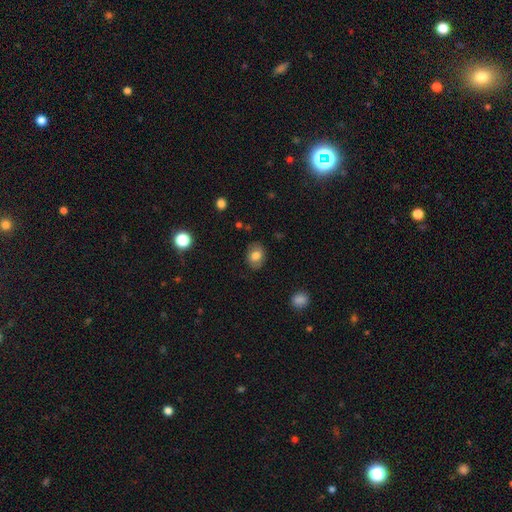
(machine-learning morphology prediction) This is likely a smooth galaxy (77%). How rounded: likely in between (62%). Merging: clearly none (84%).